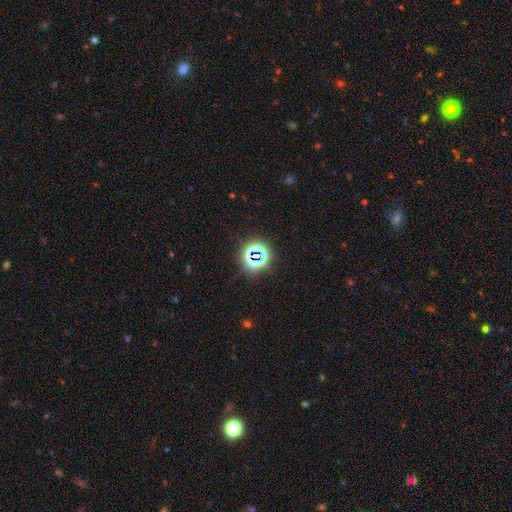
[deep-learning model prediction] Smooth or featured?
  - star or artifact: 69% *
  - smooth: 22%
  - featured or disk: 9%